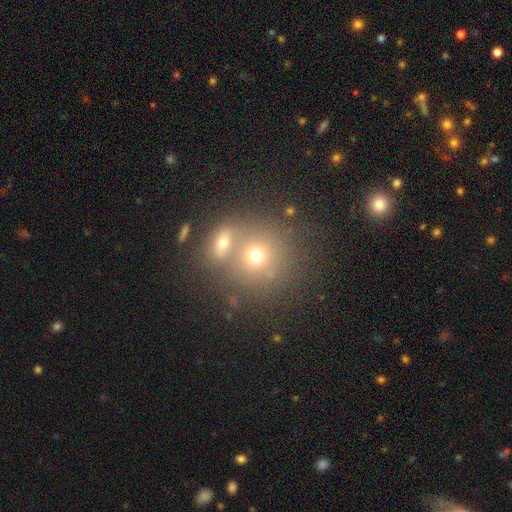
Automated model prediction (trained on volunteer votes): Morphology: type=smooth (65%); roundness=round (86%); merging=none (48%).